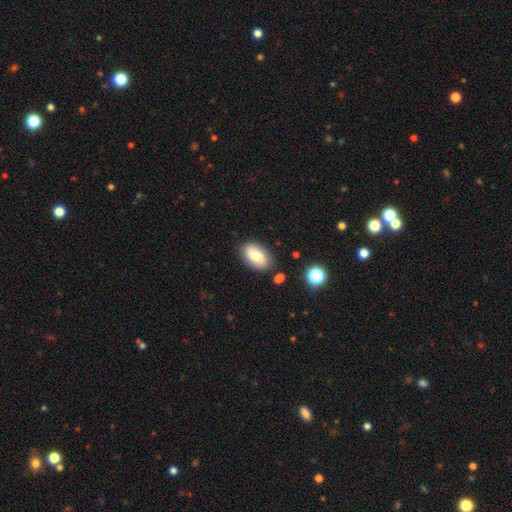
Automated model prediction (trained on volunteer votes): Smooth or featured? smooth (73%)
How rounded? in between (92%)
Merging? none (80%)